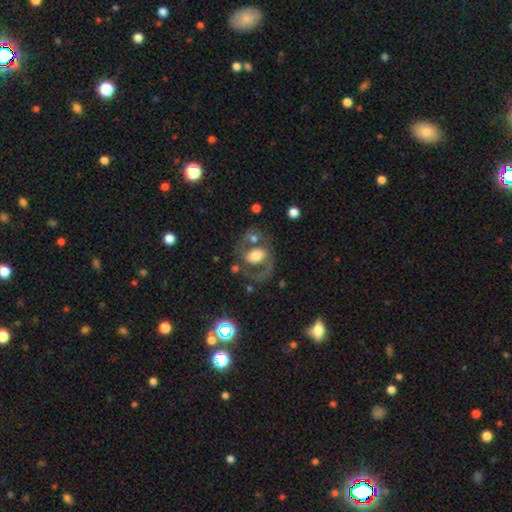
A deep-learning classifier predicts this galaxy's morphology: featured or disk 60%, smooth 32%, star or artifact 8%. Down the decision tree: edge-on disk — no (96%); bar — no (54%); spiral arms — yes (56%); bulge size — moderate (49%); merging — none (54%).